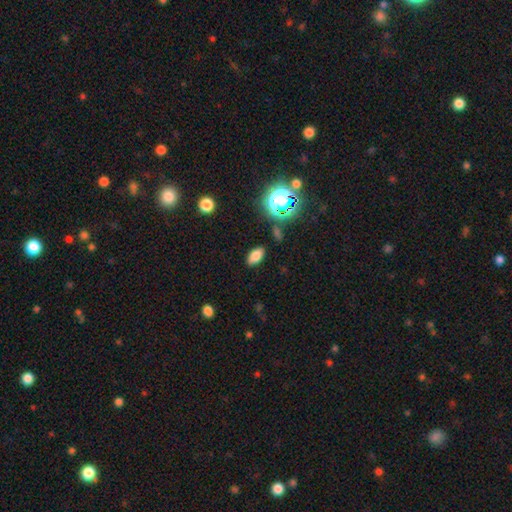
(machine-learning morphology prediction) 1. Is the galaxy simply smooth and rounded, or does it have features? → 76% smooth, 16% star or artifact, 8% featured or disk.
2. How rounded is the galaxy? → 89% in between, 7% round, 4% cigar-shaped.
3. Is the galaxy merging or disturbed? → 86% none, 9% minor disturbance, 3% major disturbance, 2% merger.